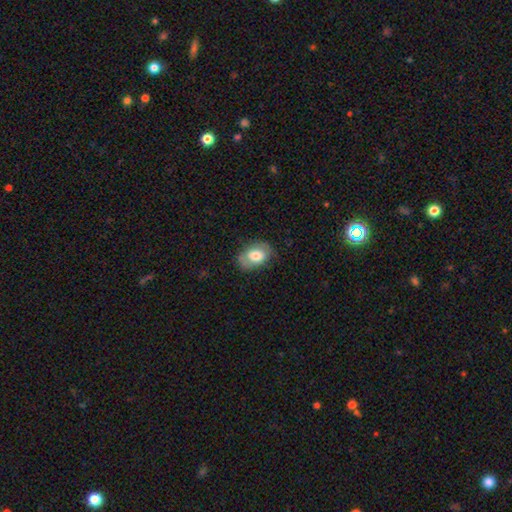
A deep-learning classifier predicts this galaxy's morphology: type=smooth (71%); roundness=in between (84%); merging=none (72%).